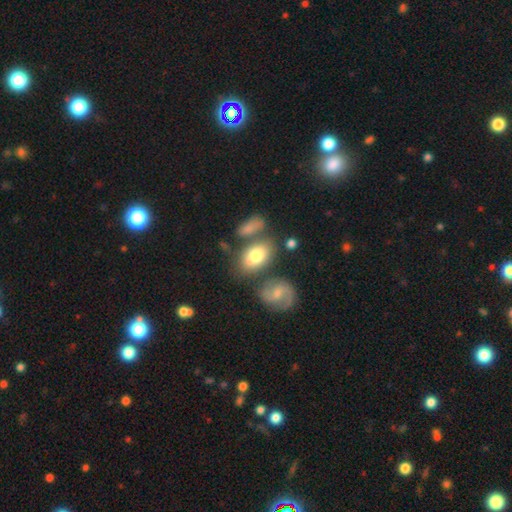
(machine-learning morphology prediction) Overall: smooth (69%). How rounded: in between (88%). Merging: none (59%).